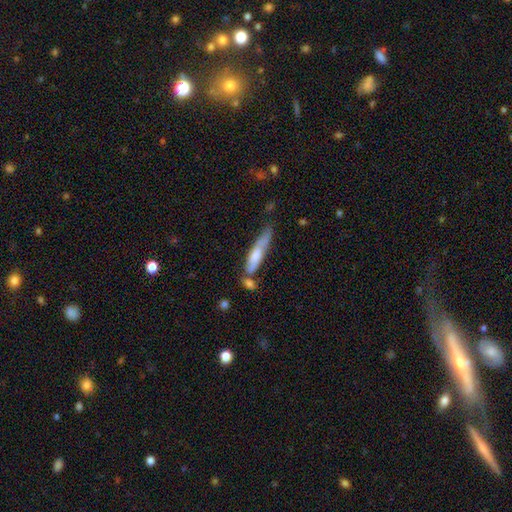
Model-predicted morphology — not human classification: type=smooth (59%); roundness=cigar-shaped (81%); merging=none (36%).